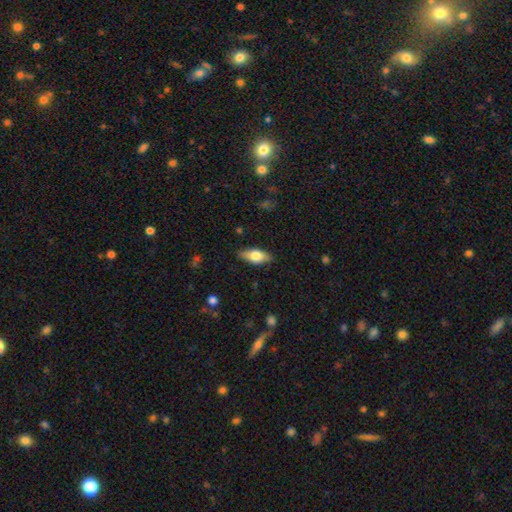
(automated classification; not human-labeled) smooth-or-featured: smooth: 65% | featured or disk: 29% | star or artifact: 6%
  how-rounded: in between: 81% | cigar-shaped: 15% | round: 3%
  merging: none: 85% | minor disturbance: 12% | major disturbance: 2% | merger: 1%